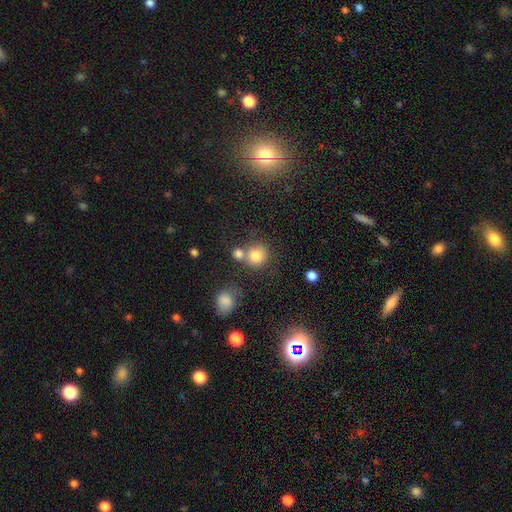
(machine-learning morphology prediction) smooth_or_featured: smooth (p=0.80) [alt: star or artifact p=0.12]
how_rounded: round (p=0.85) [alt: in between p=0.14]
merging: none (p=0.55) [alt: merger p=0.29]